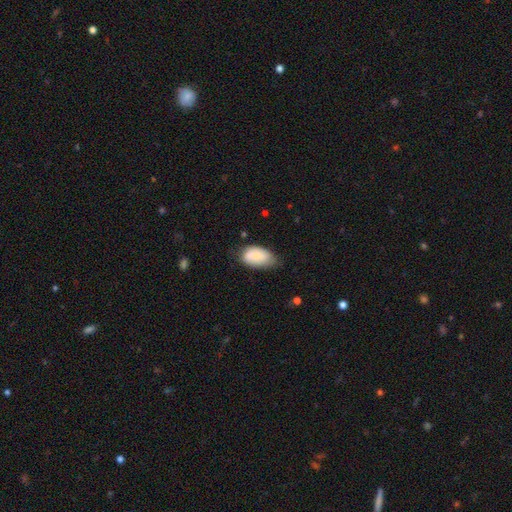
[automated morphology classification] The model was most divided on "merging": none: 55%, minor disturbance: 36%, major disturbance: 7%, merger: 2%. More confident: how rounded — in between (94%); smooth or featured — smooth (74%).